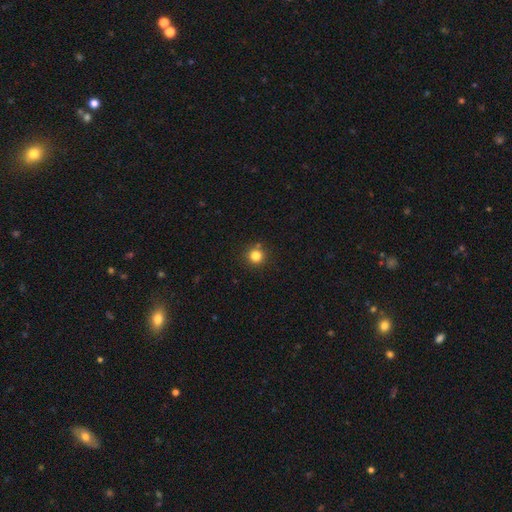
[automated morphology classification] This appears to be a smooth galaxy with no disk features (82%) that is round (95%). Merging: none (87%).